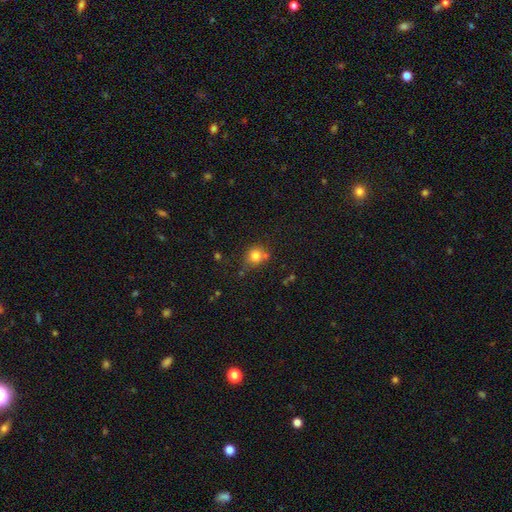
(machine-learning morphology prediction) Smooth or featured? Predicted: smooth (p=0.79). How rounded? Predicted: round (p=0.81). Merging? Predicted: none (p=0.63).